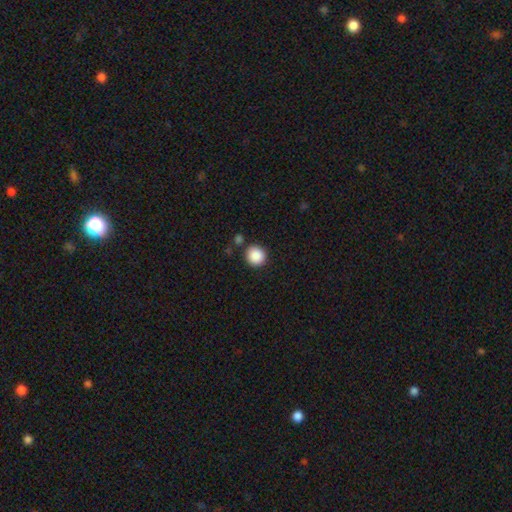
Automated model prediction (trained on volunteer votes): The model was most divided on "merging": none: 84%, minor disturbance: 8%, merger: 5%, major disturbance: 3%. More confident: how rounded — round (90%); smooth or featured — smooth (89%).